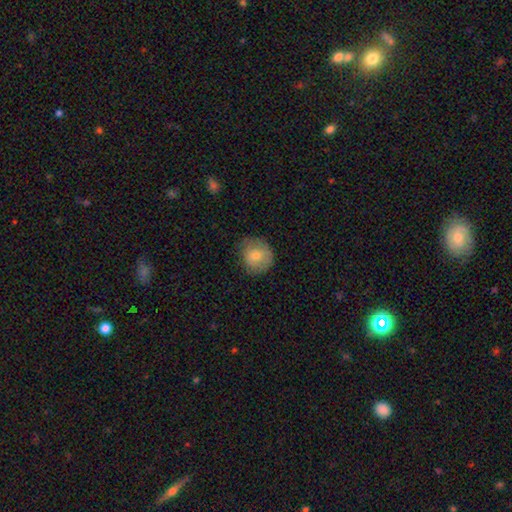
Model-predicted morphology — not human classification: Overall: smooth (71%). How rounded: round (84%). Merging: none (70%).